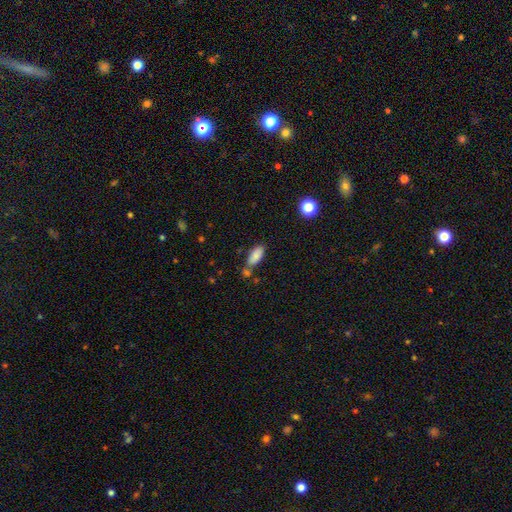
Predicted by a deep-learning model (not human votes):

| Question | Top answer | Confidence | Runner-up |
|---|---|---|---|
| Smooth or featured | smooth | 84% | star or artifact (8%) |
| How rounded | in between | 83% | cigar-shaped (15%) |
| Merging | none | 58% | merger (19%) |